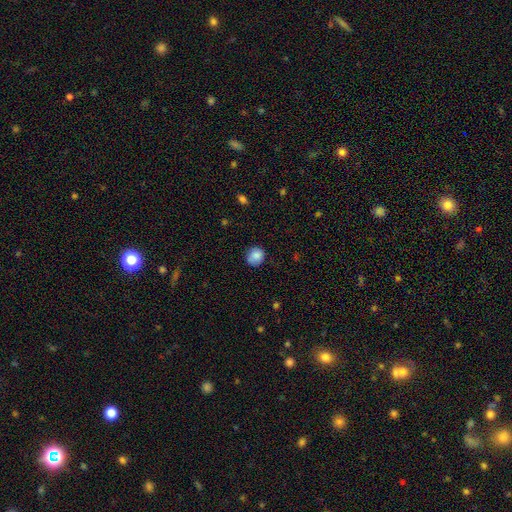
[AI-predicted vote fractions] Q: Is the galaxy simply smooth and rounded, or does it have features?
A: smooth — 85%.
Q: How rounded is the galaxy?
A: round — 78%.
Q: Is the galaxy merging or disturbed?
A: none — 76%.